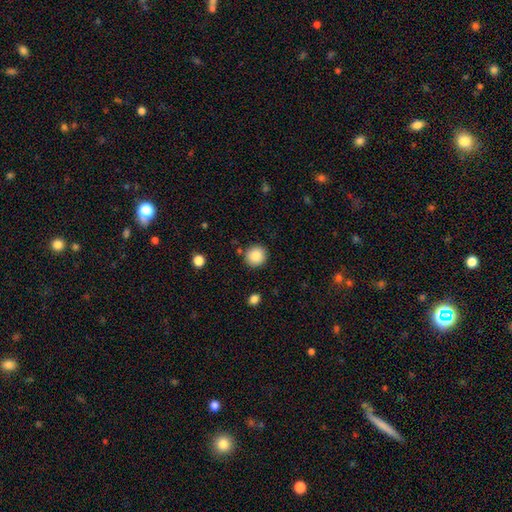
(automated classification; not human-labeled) Q: Smooth or featured?
A: smooth (87%); runner-up: star or artifact (9%)
Q: How rounded?
A: round (91%); runner-up: in between (8%)
Q: Merging?
A: none (87%); runner-up: minor disturbance (8%)